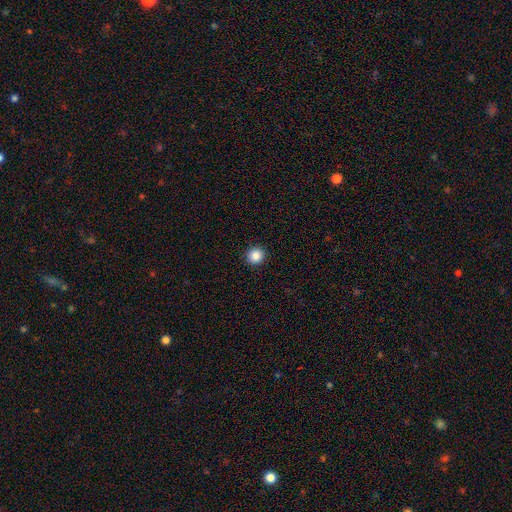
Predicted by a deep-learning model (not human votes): smooth 86%, star or artifact 10%, featured or disk 4%. Down the decision tree: how rounded — round (93%); merging — none (93%).